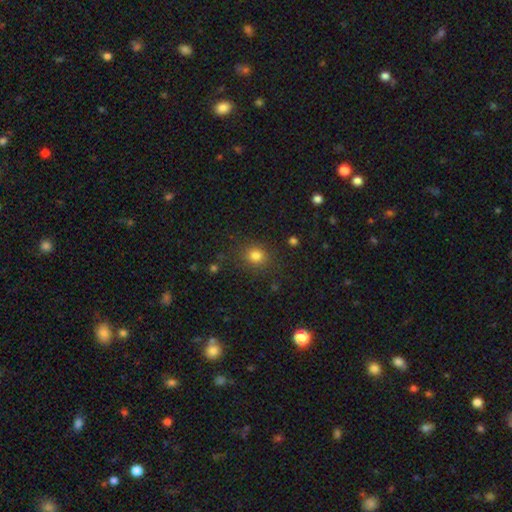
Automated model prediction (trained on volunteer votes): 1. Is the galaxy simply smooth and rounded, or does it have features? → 81% smooth, 13% star or artifact, 5% featured or disk.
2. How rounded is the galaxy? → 76% round, 23% in between, 1% cigar-shaped.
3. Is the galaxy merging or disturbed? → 84% none, 10% minor disturbance, 4% major disturbance, 2% merger.